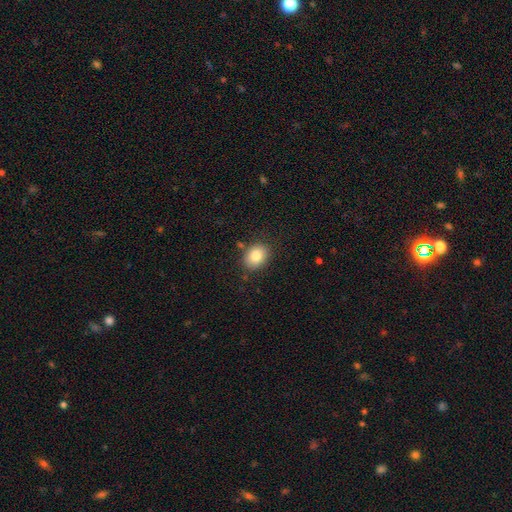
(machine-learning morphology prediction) Overall: smooth (82%). How rounded: in between (58%; round 41%). Merging: none (83%).